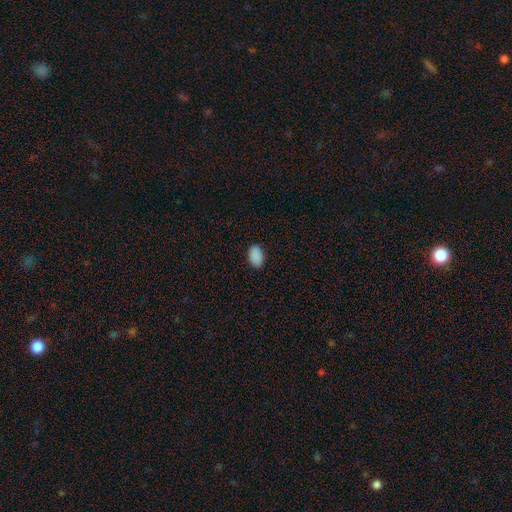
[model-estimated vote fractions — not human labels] smooth 89%, star or artifact 8%, featured or disk 3%. Down the decision tree: how rounded — in between (92%); merging — none (87%).